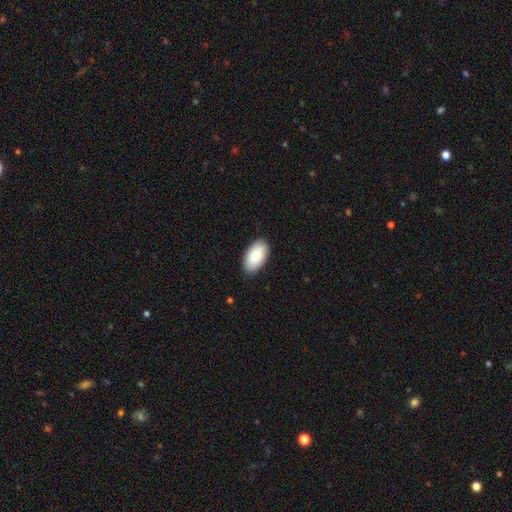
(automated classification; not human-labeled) Smooth or featured?
  - smooth: 89% *
  - featured or disk: 6%
  - star or artifact: 5%
How rounded?
  - in between: 96% *
  - round: 2%
  - cigar-shaped: 2%
Merging?
  - none: 87% *
  - minor disturbance: 10%
  - major disturbance: 2%
  - merger: 1%